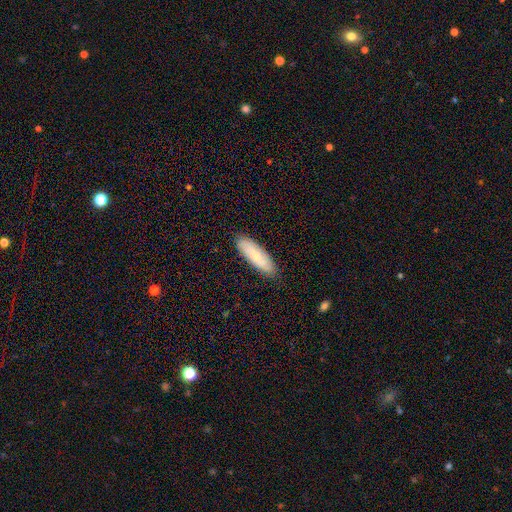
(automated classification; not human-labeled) smooth 80%, featured or disk 14%, star or artifact 5%. Down the decision tree: how rounded — cigar-shaped (55%); merging — none (87%).